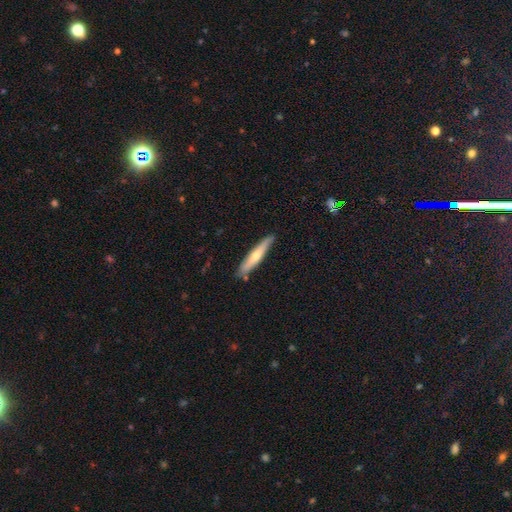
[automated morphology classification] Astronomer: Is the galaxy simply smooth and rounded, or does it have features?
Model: smooth — 52% (runner-up: featured or disk, 42%).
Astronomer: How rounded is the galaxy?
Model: cigar-shaped — 90%.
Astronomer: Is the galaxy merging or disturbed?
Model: none — 82%.